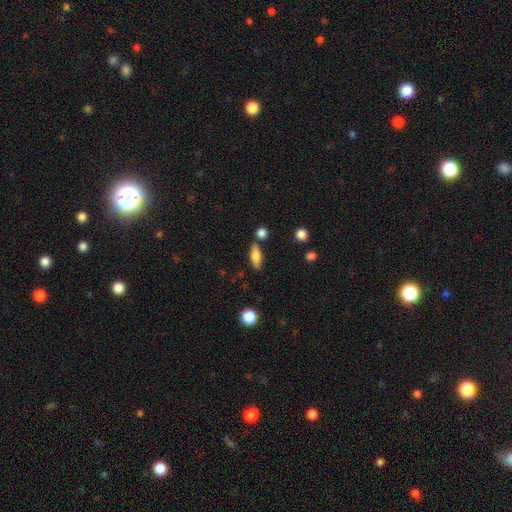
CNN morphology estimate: A smooth galaxy with no disk features (73%) that is in between round and cigar-shaped (62%). Merging: none (77%).